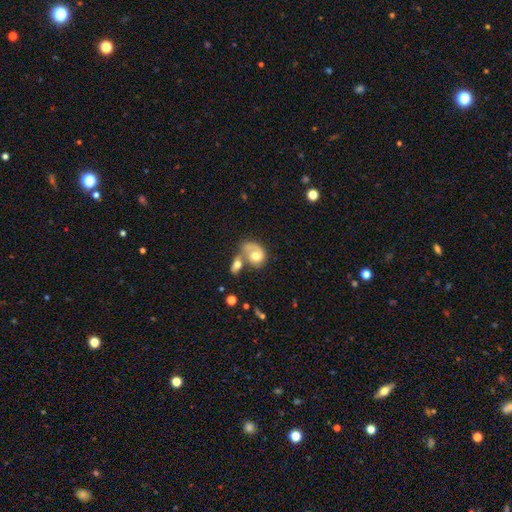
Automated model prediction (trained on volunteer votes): Smooth or featured: smooth — 48% (featured or disk — 46%)
Merging: merger — 57% (none — 18%)